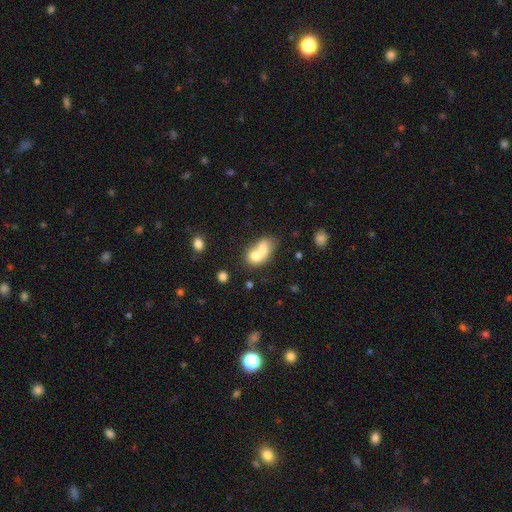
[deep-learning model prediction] smooth 69%, featured or disk 23%, star or artifact 8%. Down the decision tree: how rounded — in between (55%); merging — merger (75%).